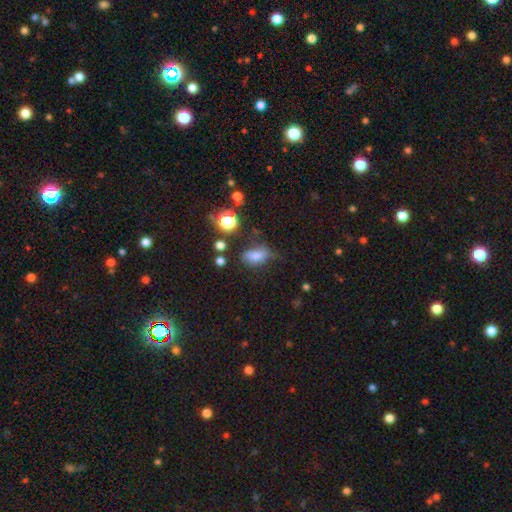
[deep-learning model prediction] Smooth or featured?
  - smooth: 71% *
  - star or artifact: 16%
  - featured or disk: 13%
How rounded?
  - in between: 82% *
  - round: 13%
  - cigar-shaped: 5%
Merging?
  - none: 50% *
  - minor disturbance: 31%
  - major disturbance: 14%
  - merger: 5%